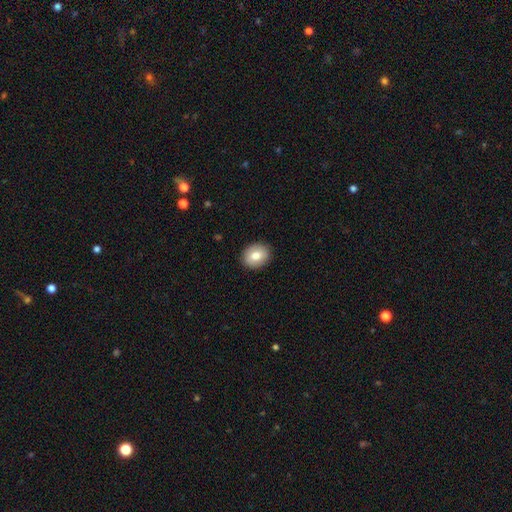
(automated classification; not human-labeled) Smooth or featured? smooth (79%)
How rounded? round (52%)
Merging? none (89%)